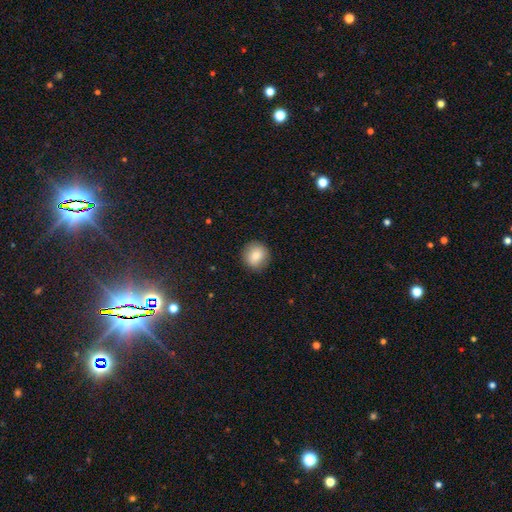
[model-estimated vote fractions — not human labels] Smooth or featured? Predicted: smooth (p=0.79). How rounded? Predicted: round (p=0.91). Merging? Predicted: none (p=0.89).